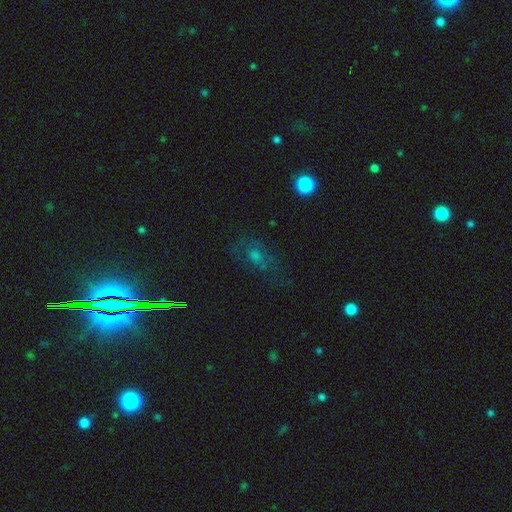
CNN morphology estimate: smooth-or-featured: smooth: 36% | featured or disk: 33% | star or artifact: 31%
  merging: none: 59% | minor disturbance: 20% | major disturbance: 19% | merger: 3%